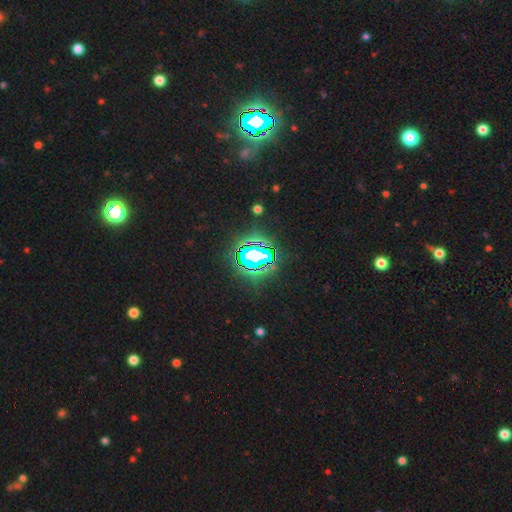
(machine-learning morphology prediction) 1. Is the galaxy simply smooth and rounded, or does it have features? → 74% star or artifact, 15% smooth, 11% featured or disk.